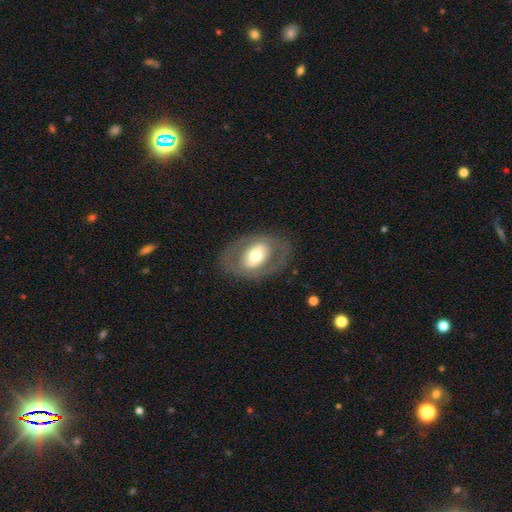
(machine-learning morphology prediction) Smooth or featured?
  - featured or disk: 51% *
  - smooth: 43%
  - star or artifact: 6%
Edge-on disk?
  - no: 92% *
  - yes: 8%
Merging?
  - none: 78% *
  - minor disturbance: 12%
  - major disturbance: 9%
  - merger: 1%